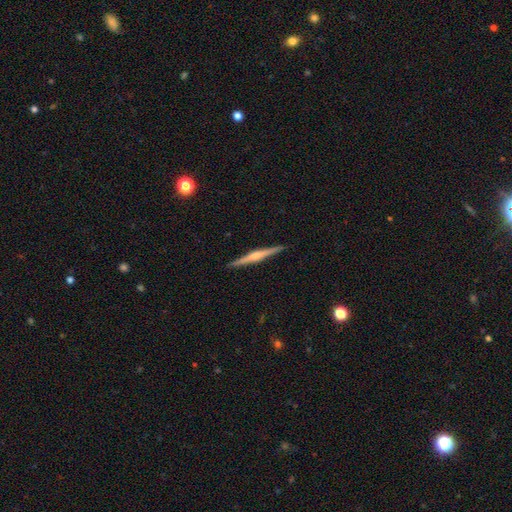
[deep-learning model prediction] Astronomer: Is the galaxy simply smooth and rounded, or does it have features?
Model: featured or disk — 69%.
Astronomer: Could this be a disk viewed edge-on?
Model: yes — 98%.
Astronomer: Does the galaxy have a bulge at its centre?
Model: rounded — 64%.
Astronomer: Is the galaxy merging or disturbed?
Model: none — 92%.